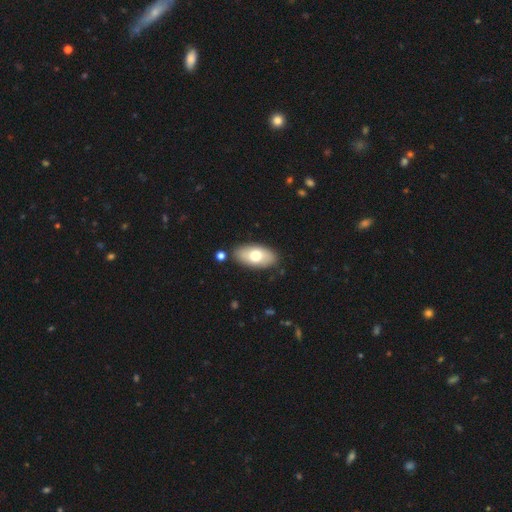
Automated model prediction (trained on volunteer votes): smooth 71%, featured or disk 23%, star or artifact 6%. Down the decision tree: how rounded — in between (93%); merging — none (85%).